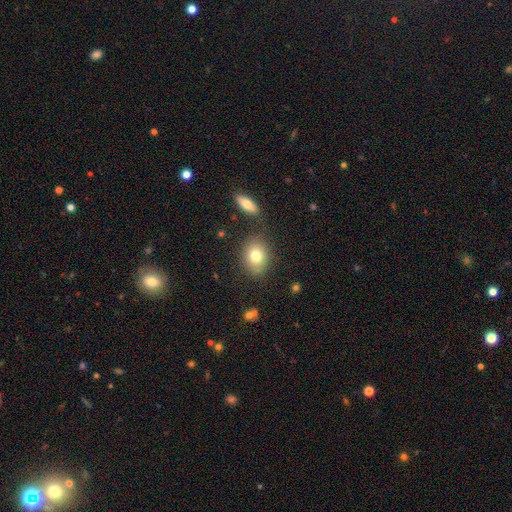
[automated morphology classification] A smooth galaxy with no disk features (77%) that is in between round and cigar-shaped (59%).

Vote fractions:
- Smooth or featured? smooth: 77% / featured or disk: 13% / star or artifact: 10%
- How rounded? in between: 59% / round: 40% / cigar-shaped: 1%
- Merging? none: 74% / minor disturbance: 13% / merger: 8% / major disturbance: 4%